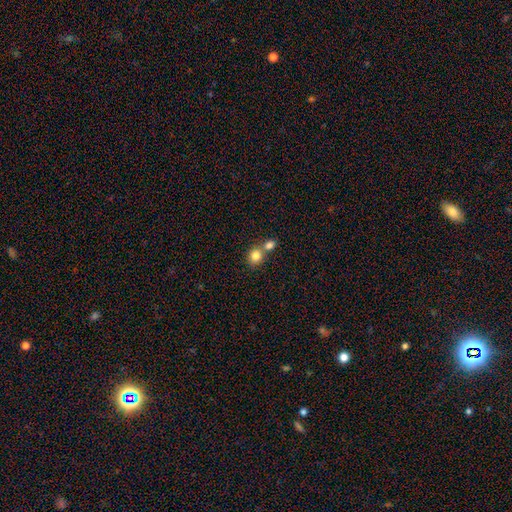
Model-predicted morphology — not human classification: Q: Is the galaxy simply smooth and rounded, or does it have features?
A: smooth — 82%.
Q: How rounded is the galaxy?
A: round — 75%.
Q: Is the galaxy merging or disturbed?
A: merger — 49%.